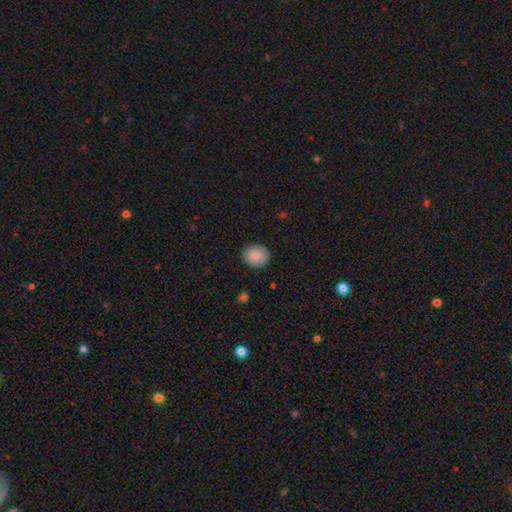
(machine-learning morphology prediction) smooth-or-featured: smooth: 84% | featured or disk: 8% | star or artifact: 7%
  how-rounded: round: 71% | in between: 28% | cigar-shaped: 1%
  merging: none: 85% | minor disturbance: 11% | major disturbance: 2% | merger: 1%